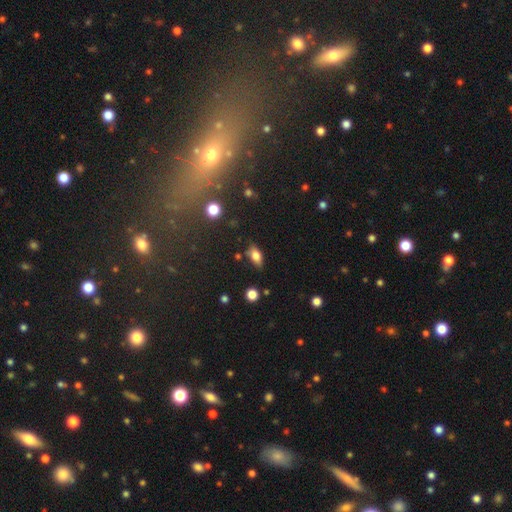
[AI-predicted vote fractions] smooth-or-featured: smooth: 75% | featured or disk: 15% | star or artifact: 10%
  how-rounded: in between: 86% | cigar-shaped: 8% | round: 6%
  merging: none: 76% | minor disturbance: 16% | merger: 4% | major disturbance: 4%